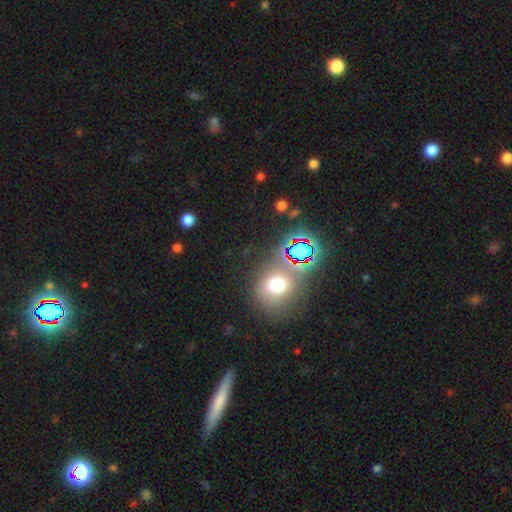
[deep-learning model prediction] Smooth or featured? Predicted: smooth (p=0.46). Merging? Predicted: none (p=0.63).